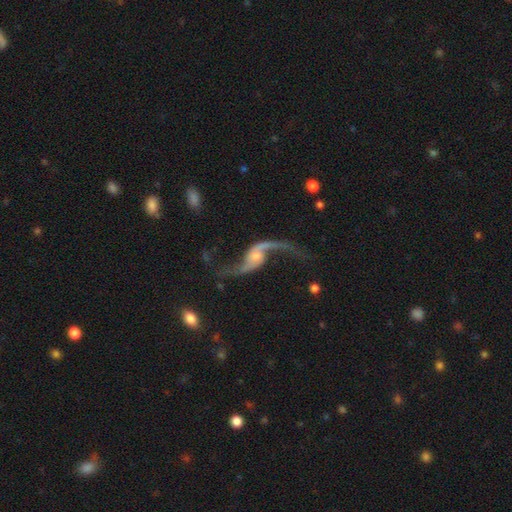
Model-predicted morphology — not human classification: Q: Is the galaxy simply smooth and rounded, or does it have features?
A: featured or disk — 90%.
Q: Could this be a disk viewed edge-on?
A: no — 95%.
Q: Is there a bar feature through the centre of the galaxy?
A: no — 60%.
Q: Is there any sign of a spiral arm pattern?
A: yes — 97%.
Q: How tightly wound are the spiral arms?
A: loose — 93%.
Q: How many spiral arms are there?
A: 2 — 93%.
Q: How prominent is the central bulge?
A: small — 51%.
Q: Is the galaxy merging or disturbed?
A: none — 66%.